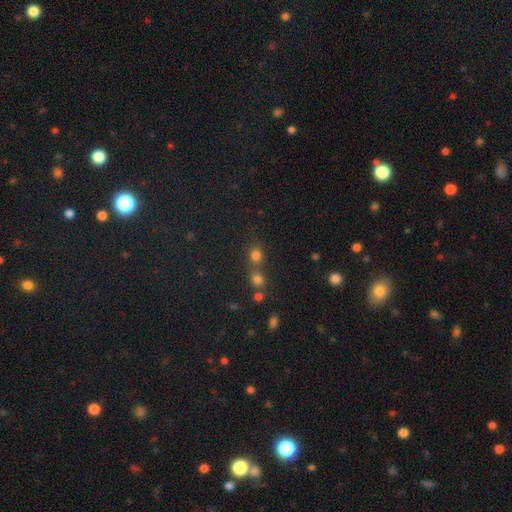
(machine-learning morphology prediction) smooth 71%, star or artifact 22%, featured or disk 7%. Down the decision tree: how rounded — round (81%); merging — none (52%).